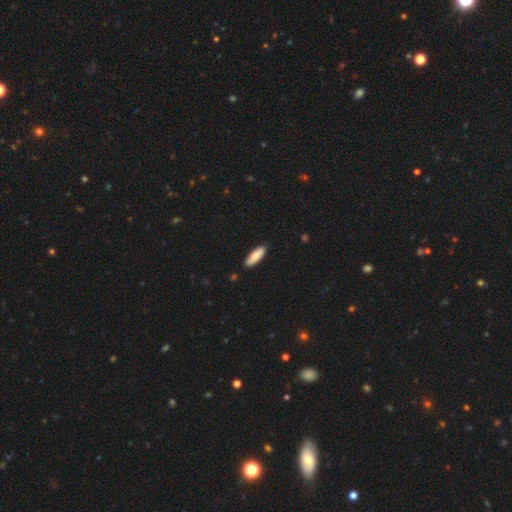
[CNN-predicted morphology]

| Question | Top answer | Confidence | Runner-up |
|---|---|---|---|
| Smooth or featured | smooth | 86% | featured or disk (9%) |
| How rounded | cigar-shaped | 50% | in between (48%) |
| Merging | none | 88% | minor disturbance (9%) |